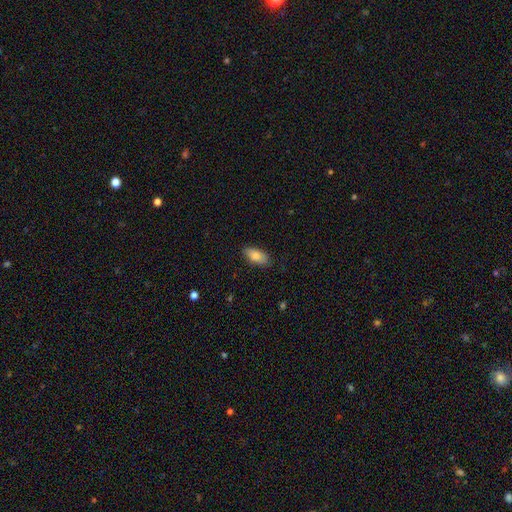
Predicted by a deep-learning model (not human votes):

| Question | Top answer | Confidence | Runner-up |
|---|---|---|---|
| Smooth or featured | smooth | 83% | featured or disk (11%) |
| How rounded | in between | 89% | cigar-shaped (9%) |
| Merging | none | 82% | minor disturbance (15%) |